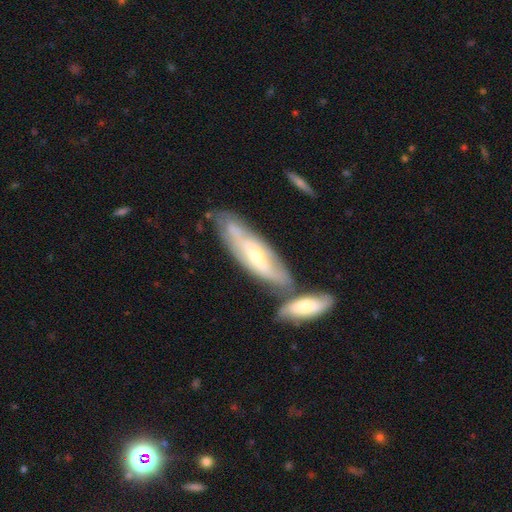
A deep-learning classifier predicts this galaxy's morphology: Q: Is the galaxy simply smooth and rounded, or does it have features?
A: featured or disk — 64%.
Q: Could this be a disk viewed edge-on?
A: no — 68%.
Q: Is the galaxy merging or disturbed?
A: none — 48%.